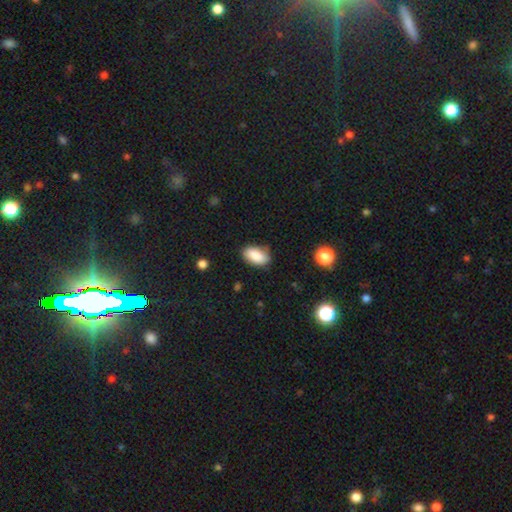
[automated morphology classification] smooth_or_featured: smooth (p=0.87) [alt: star or artifact p=0.07]
how_rounded: in between (p=0.92) [alt: round p=0.05]
merging: none (p=0.80) [alt: minor disturbance p=0.16]